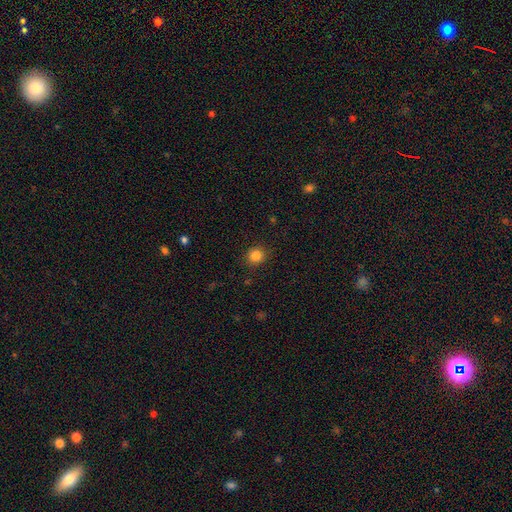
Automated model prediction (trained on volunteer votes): Smooth or featured? Predicted: smooth (p=0.84). How rounded? Predicted: round (p=0.88). Merging? Predicted: none (p=0.89).